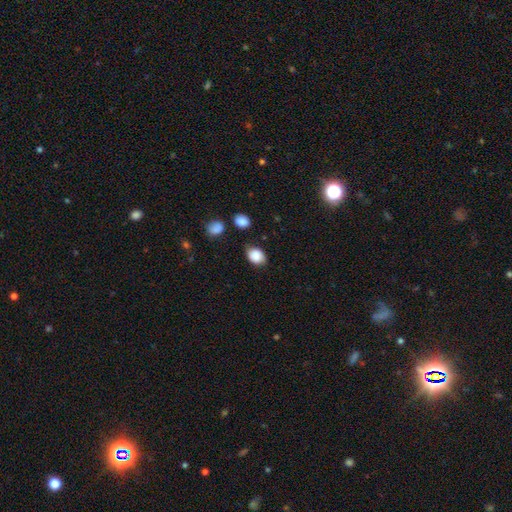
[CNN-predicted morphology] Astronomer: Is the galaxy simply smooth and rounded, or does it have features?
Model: smooth — 88%.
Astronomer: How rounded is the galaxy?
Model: in between — 61% (runner-up: round, 38%).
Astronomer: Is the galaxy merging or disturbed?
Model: none — 76%.